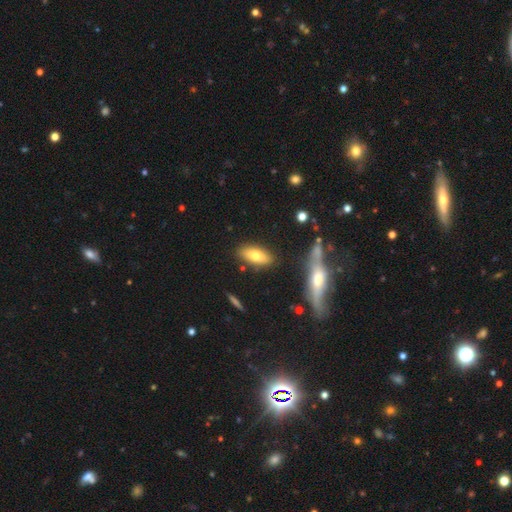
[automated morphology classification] smooth 71%, featured or disk 22%, star or artifact 8%. Down the decision tree: how rounded — in between (78%); merging — none (83%).